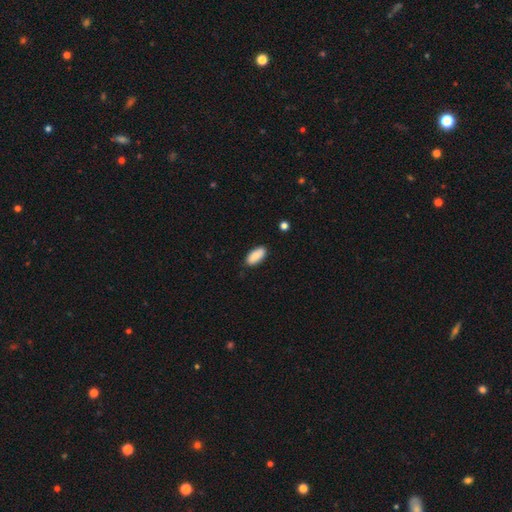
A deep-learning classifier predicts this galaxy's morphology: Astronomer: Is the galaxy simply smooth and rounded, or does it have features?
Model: smooth — 89%.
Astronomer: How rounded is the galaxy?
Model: in between — 90%.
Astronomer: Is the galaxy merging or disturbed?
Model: none — 85%.